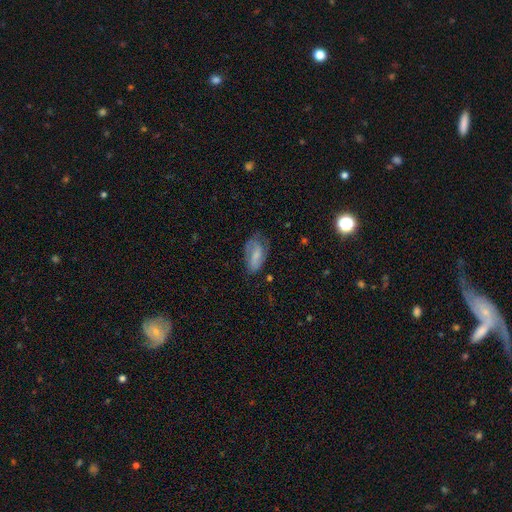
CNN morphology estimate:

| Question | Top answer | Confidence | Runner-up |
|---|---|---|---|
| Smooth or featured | smooth | 52% | featured or disk (40%) |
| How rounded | in between | 90% | cigar-shaped (5%) |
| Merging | none | 54% | minor disturbance (29%) |